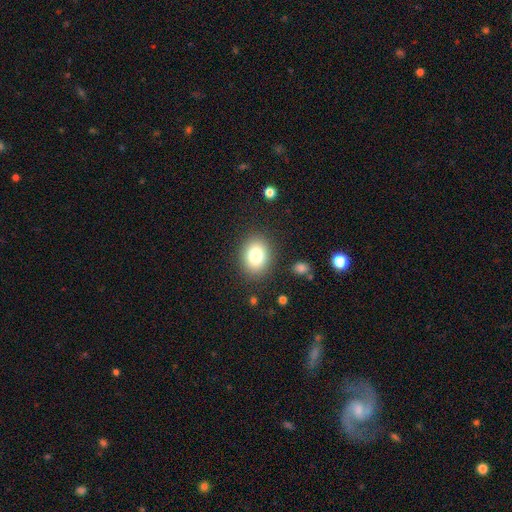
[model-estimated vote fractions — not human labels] Q: Smooth or featured?
A: smooth (80%); runner-up: star or artifact (10%)
Q: How rounded?
A: in between (51%); runner-up: round (48%)
Q: Merging?
A: none (87%); runner-up: minor disturbance (9%)